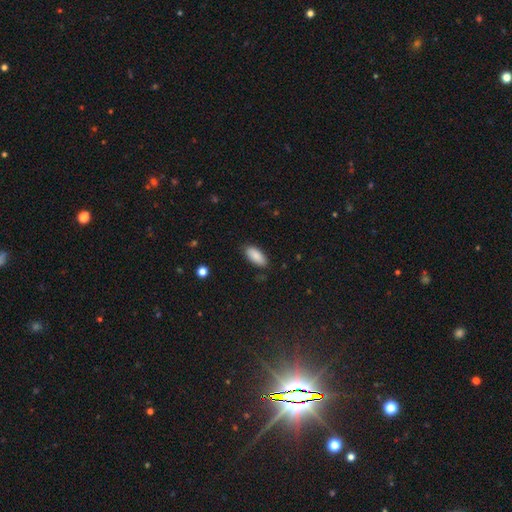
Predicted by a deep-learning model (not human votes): A smooth galaxy with no disk features (88%) that is in between round and cigar-shaped (87%). Merging: none (84%).